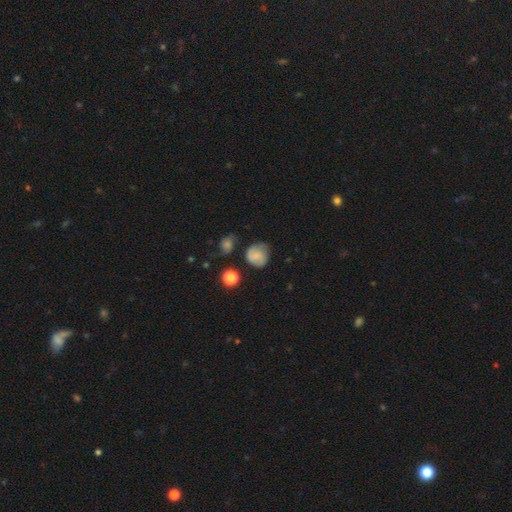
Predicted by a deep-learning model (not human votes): Smooth or featured: smooth — 67% (featured or disk — 23%)
How rounded: round — 78% (in between — 21%)
Merging: none — 55% (minor disturbance — 29%)